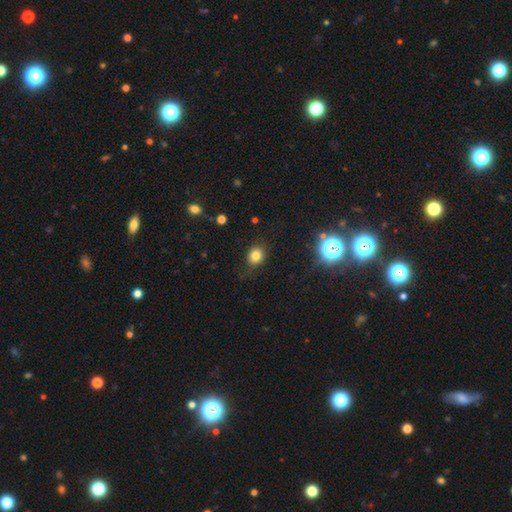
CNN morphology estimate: Smooth or featured: smooth — 79% (star or artifact — 14%)
How rounded: round — 66% (in between — 33%)
Merging: none — 77% (minor disturbance — 16%)